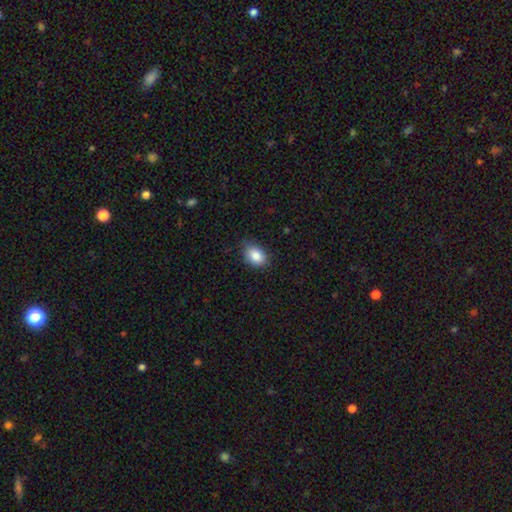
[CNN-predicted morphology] smooth-or-featured: smooth: 86% | star or artifact: 8% | featured or disk: 6%
  how-rounded: in between: 81% | round: 18% | cigar-shaped: 1%
  merging: none: 79% | minor disturbance: 17% | major disturbance: 3% | merger: 1%